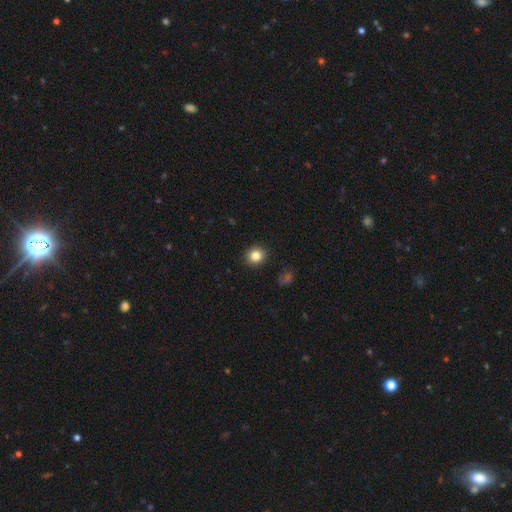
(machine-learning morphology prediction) A smooth galaxy with no disk features (84%) that is round (82%).

Vote fractions:
- Smooth or featured? smooth: 84% / star or artifact: 11% / featured or disk: 6%
- How rounded? round: 82% / in between: 17% / cigar-shaped: 1%
- Merging? none: 91% / minor disturbance: 6% / major disturbance: 2% / merger: 1%